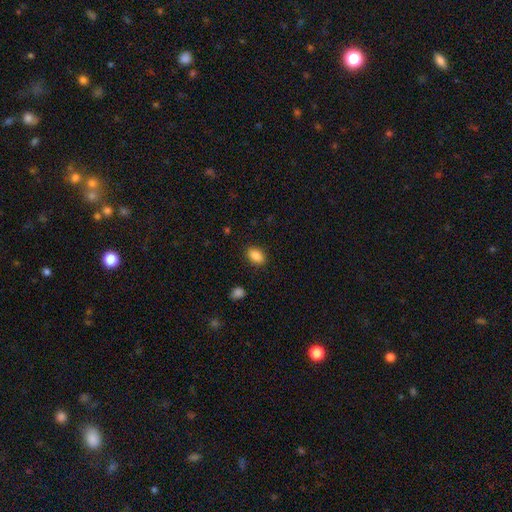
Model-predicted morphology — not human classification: Smooth or featured: smooth — 88% (star or artifact — 8%)
How rounded: in between — 86% (round — 12%)
Merging: none — 87% (minor disturbance — 9%)